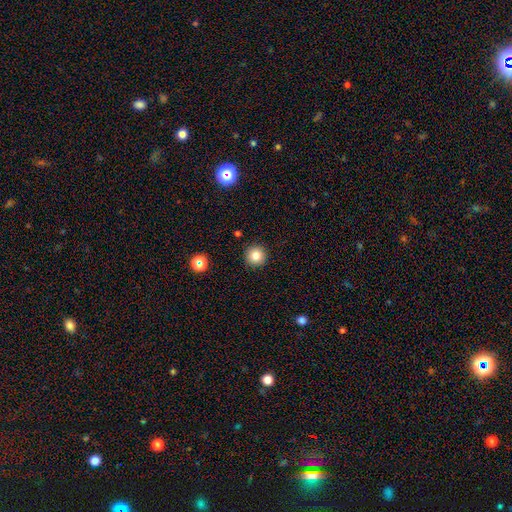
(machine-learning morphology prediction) smooth-or-featured: smooth: 83% | star or artifact: 11% | featured or disk: 6%
  how-rounded: round: 95% | in between: 4% | cigar-shaped: 1%
  merging: none: 91% | minor disturbance: 6% | major disturbance: 2% | merger: 1%